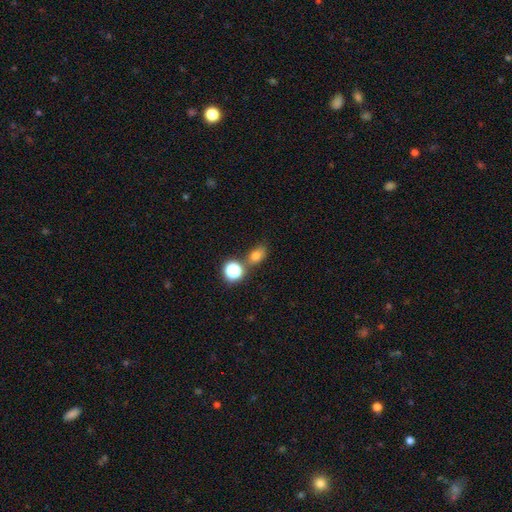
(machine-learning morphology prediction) Smooth or featured?
  - smooth: 73% *
  - star or artifact: 19%
  - featured or disk: 8%
How rounded?
  - in between: 67% *
  - round: 31%
  - cigar-shaped: 2%
Merging?
  - none: 67% *
  - merger: 16%
  - minor disturbance: 13%
  - major disturbance: 4%